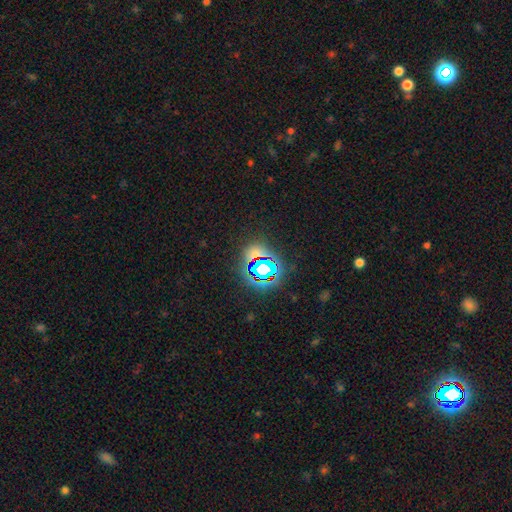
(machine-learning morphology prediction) This appears to be a star or artifact, not a galaxy (68%).